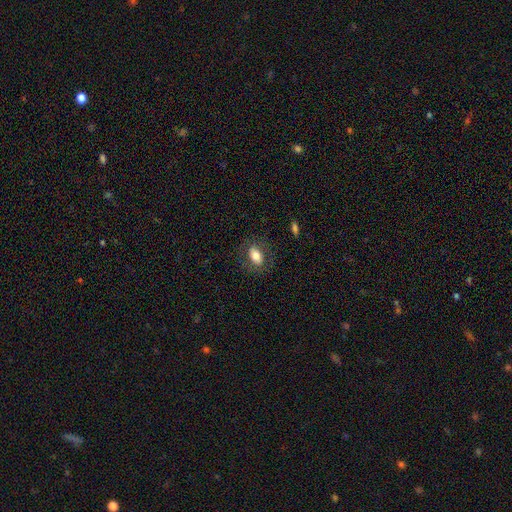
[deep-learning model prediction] Smooth or featured: smooth — 73% (featured or disk — 19%)
How rounded: in between — 84% (round — 14%)
Merging: none — 79% (minor disturbance — 13%)